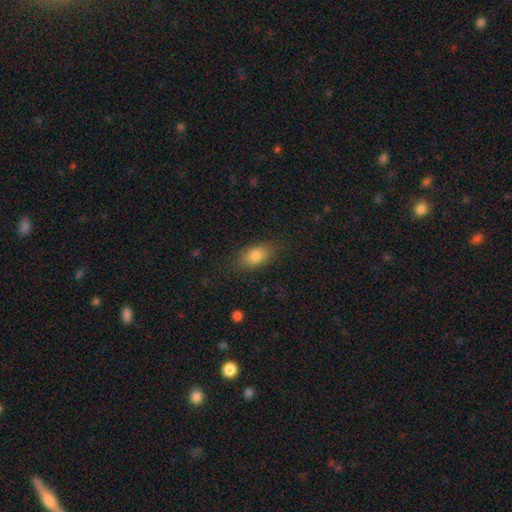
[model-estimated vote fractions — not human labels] Overall: smooth (82%). How rounded: in between (86%). Merging: none (82%).